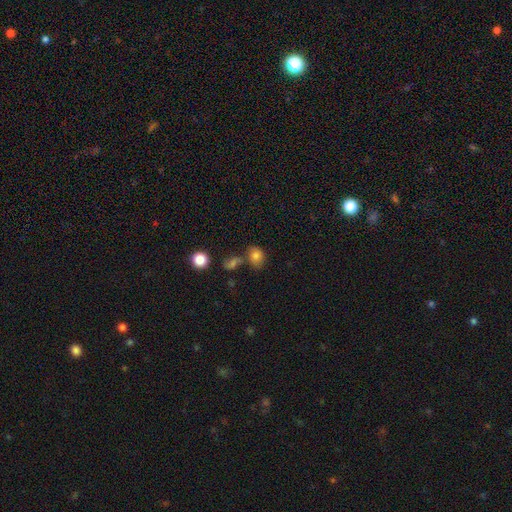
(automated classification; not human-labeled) A smooth galaxy with no disk features (80%) that is round (60%). Merging: none (58%).